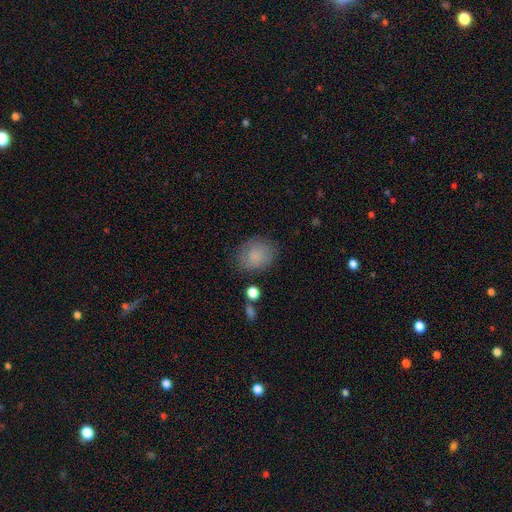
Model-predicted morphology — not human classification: The model was most divided on "how rounded": round: 62%, in between: 37%, cigar-shaped: 1%. More confident: smooth or featured — smooth (82%); merging — none (78%).